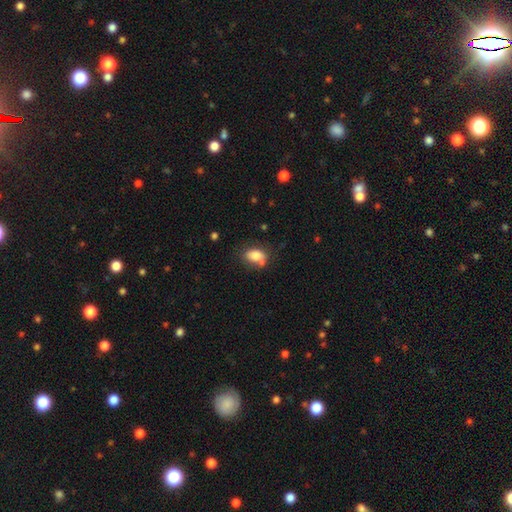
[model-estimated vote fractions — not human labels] Smooth or featured? smooth (80%)
How rounded? in between (82%)
Merging? none (57%)